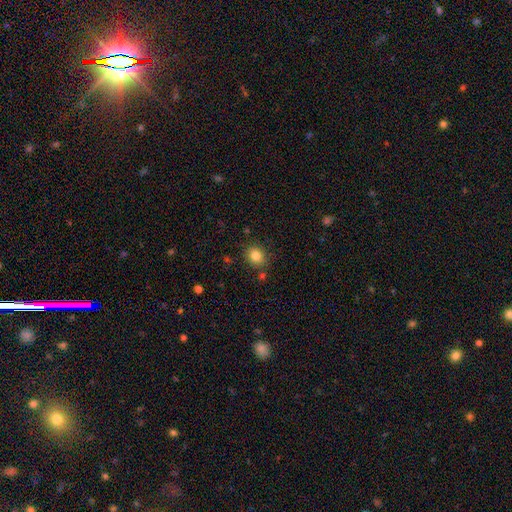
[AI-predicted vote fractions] Smooth or featured? Predicted: smooth (p=0.83). How rounded? Predicted: round (p=0.66). Merging? Predicted: none (p=0.84).